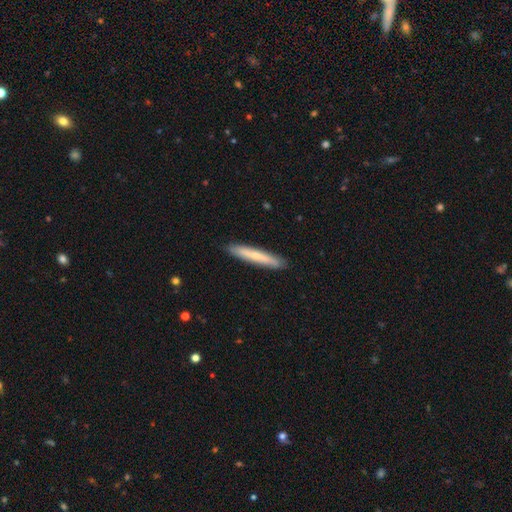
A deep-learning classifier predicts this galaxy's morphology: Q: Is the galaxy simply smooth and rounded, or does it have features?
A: smooth — 58%.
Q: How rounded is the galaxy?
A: cigar-shaped — 94%.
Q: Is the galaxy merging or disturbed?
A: none — 90%.